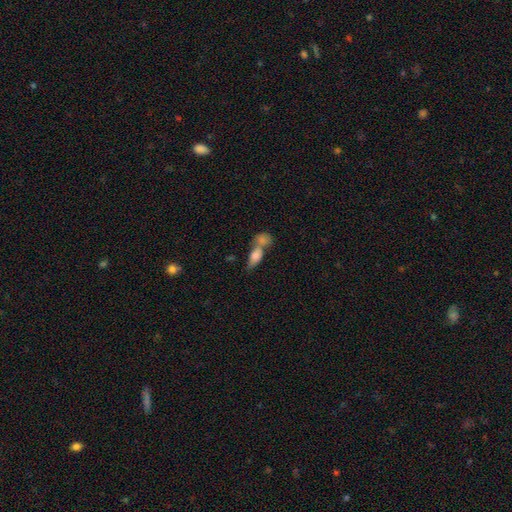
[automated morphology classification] A smooth galaxy with no disk features (73%) that is in between round and cigar-shaped (78%).

Vote fractions:
- Smooth or featured? smooth: 73% / featured or disk: 19% / star or artifact: 8%
- How rounded? in between: 78% / cigar-shaped: 14% / round: 8%
- Merging? merger: 57% / none: 30% / minor disturbance: 9% / major disturbance: 5%